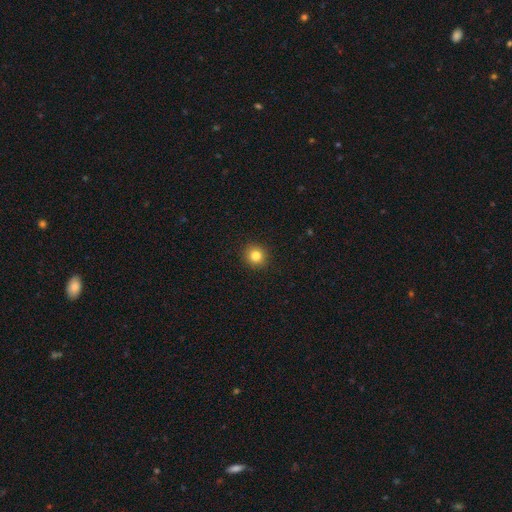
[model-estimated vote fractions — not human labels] A smooth galaxy with no disk features (82%) that is round (93%). Merging: none (93%).